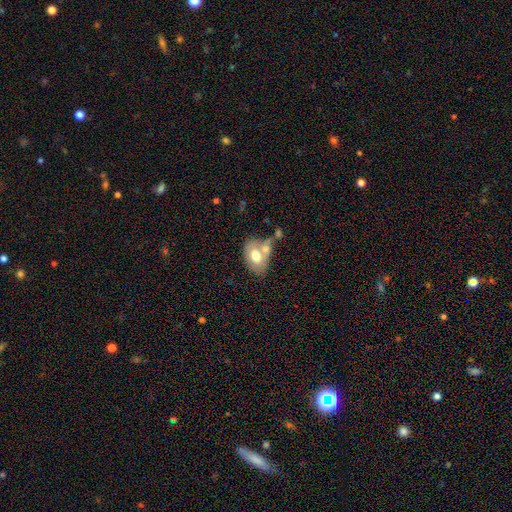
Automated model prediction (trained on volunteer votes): Smooth or featured: smooth — 66% (featured or disk — 27%)
How rounded: in between — 85% (round — 14%)
Merging: merger — 42% (none — 34%)